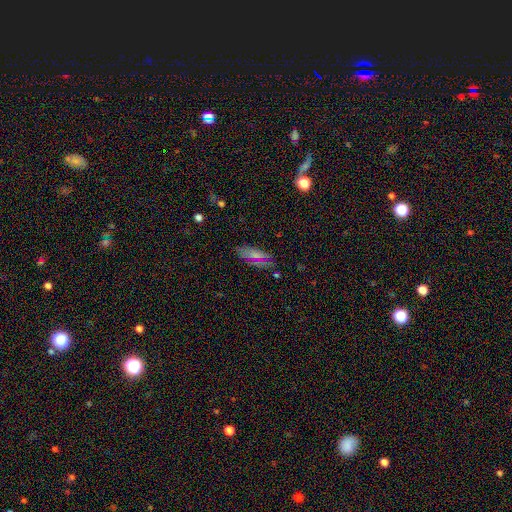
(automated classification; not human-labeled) Smooth or featured?
  - smooth: 67% *
  - star or artifact: 19%
  - featured or disk: 14%
How rounded?
  - in between: 79% *
  - cigar-shaped: 17%
  - round: 4%
Merging?
  - none: 80% *
  - minor disturbance: 15%
  - major disturbance: 4%
  - merger: 2%